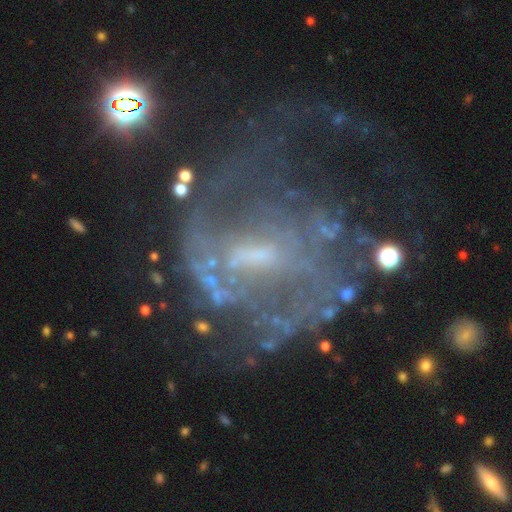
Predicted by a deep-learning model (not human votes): Smooth or featured? Predicted: featured or disk (p=0.80). Edge-on disk? Predicted: no (p=0.97). Bar? Predicted: weak (p=0.50). Spiral arms? Predicted: yes (p=0.75). Spiral winding? Predicted: medium (p=0.42). Spiral arm count? Predicted: 2 (p=0.38). Bulge size? Predicted: small (p=0.50). Merging? Predicted: none (p=0.39, tied with major disturbance).